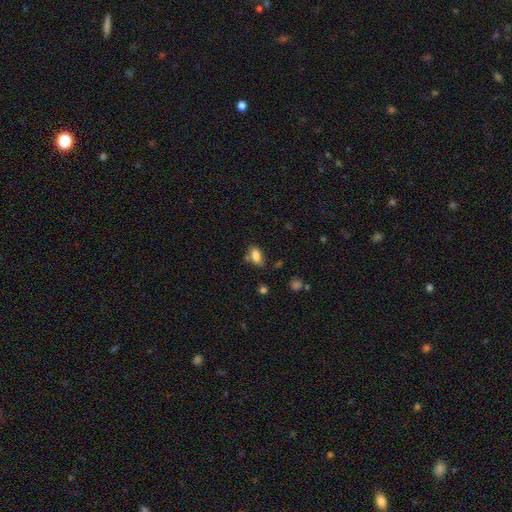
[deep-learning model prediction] Morphology: type=smooth (82%); roundness=in between (89%); merging=none (63%).